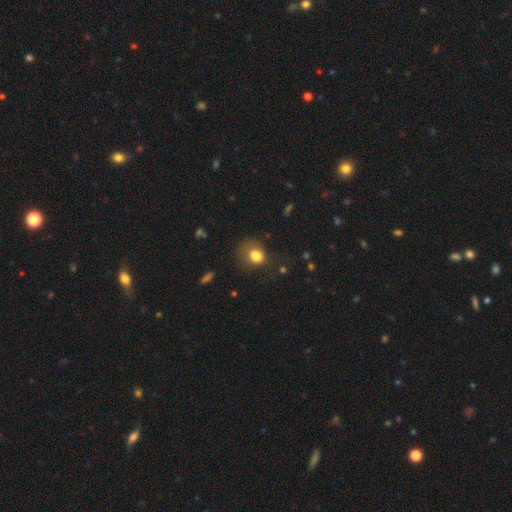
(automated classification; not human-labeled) Q: Smooth or featured?
A: smooth (79%); runner-up: star or artifact (11%)
Q: How rounded?
A: round (51%); runner-up: in between (48%)
Q: Merging?
A: none (46%); runner-up: minor disturbance (26%)